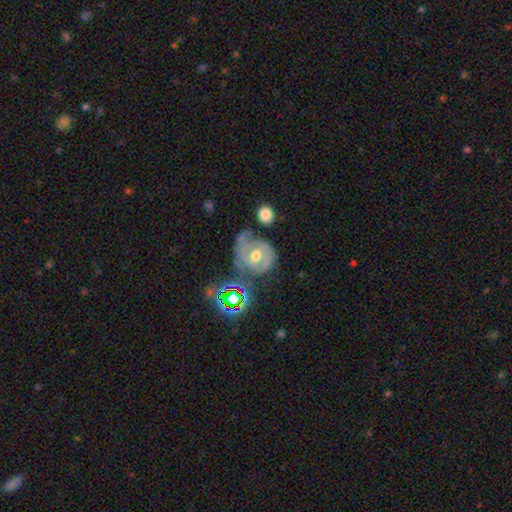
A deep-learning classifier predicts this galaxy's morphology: This is likely a featured or disk galaxy (66%). It is clearly not viewed edge-on (97%). Bar: possibly no (51%). Spiral arm pattern: likely yes (77%). Central bulge: likely moderate (74%). Merging: marginally none (43%).